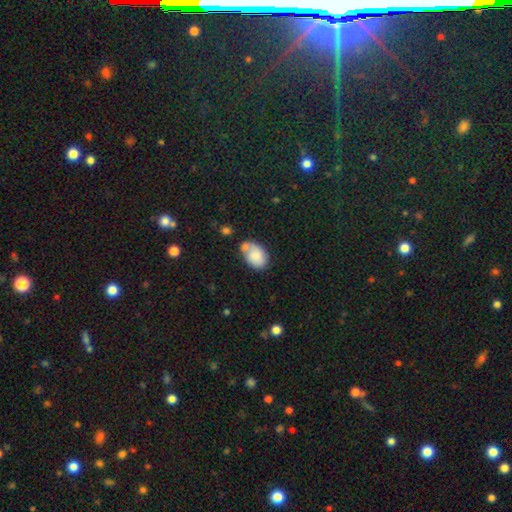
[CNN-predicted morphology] Smooth or featured?
  - smooth: 77% *
  - featured or disk: 16%
  - star or artifact: 7%
How rounded?
  - in between: 83% *
  - round: 16%
  - cigar-shaped: 1%
Merging?
  - none: 44% *
  - merger: 27%
  - minor disturbance: 22%
  - major disturbance: 7%